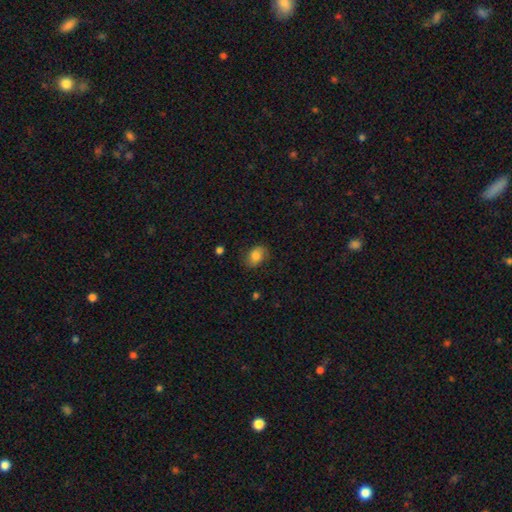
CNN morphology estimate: This appears to be a smooth galaxy with no disk features (75%) that is in between round and cigar-shaped (74%). Merging: none (75%).